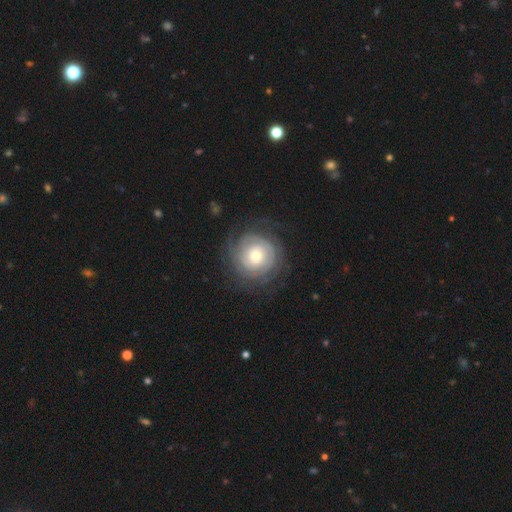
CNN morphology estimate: Q: Smooth or featured?
A: featured or disk (73%); runner-up: smooth (21%)
Q: Edge-on disk?
A: no (98%); runner-up: yes (2%)
Q: Bar?
A: no (80%); runner-up: weak (15%)
Q: Spiral arms?
A: yes (88%); runner-up: no (12%)
Q: Spiral winding?
A: tight (81%); runner-up: medium (13%)
Q: Spiral arm count?
A: can't tell (46%); runner-up: 2 (19%)
Q: Bulge size?
A: moderate (63%); runner-up: small (26%)
Q: Merging?
A: none (79%); runner-up: minor disturbance (12%)